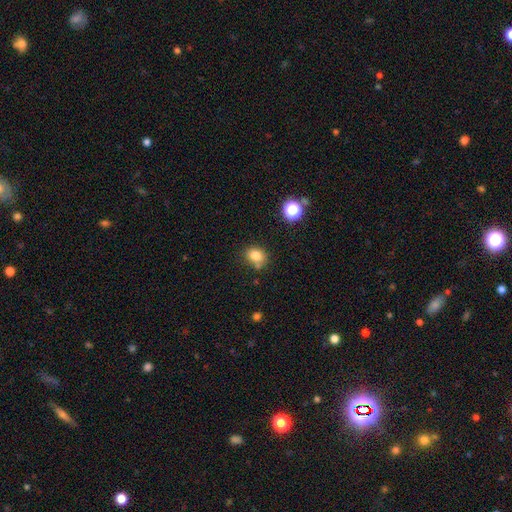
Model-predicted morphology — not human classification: Overall: smooth (81%). How rounded: round (53%; in between 46%). Merging: none (68%).